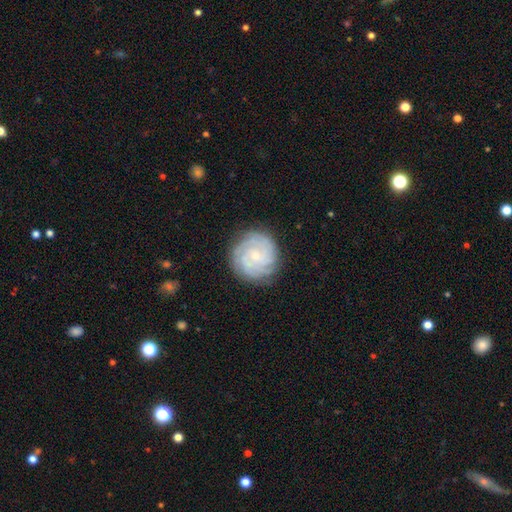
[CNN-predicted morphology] This is clearly a featured or disk galaxy (84%). It is clearly not viewed edge-on (98%). Bar: likely no (77%). Spiral arm pattern: clearly yes (97%). Spiral arm count: marginally 4 (26%). Spiral winding: clearly tight (81%). Central bulge: likely small (76%). Merging: clearly none (84%).